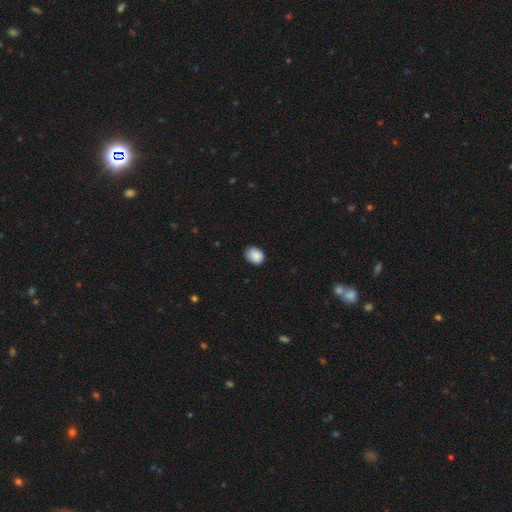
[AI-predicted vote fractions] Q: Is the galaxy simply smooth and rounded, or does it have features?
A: smooth — 89%.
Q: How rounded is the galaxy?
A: in between — 60%.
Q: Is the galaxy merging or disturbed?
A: none — 81%.